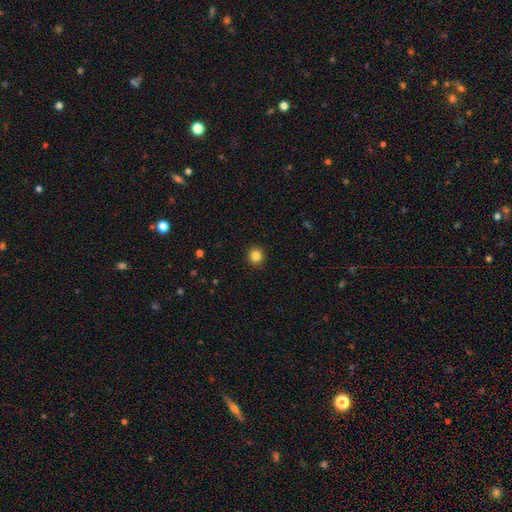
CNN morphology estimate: Q: Smooth or featured?
A: smooth (84%); runner-up: star or artifact (11%)
Q: How rounded?
A: round (91%); runner-up: in between (8%)
Q: Merging?
A: none (92%); runner-up: minor disturbance (5%)